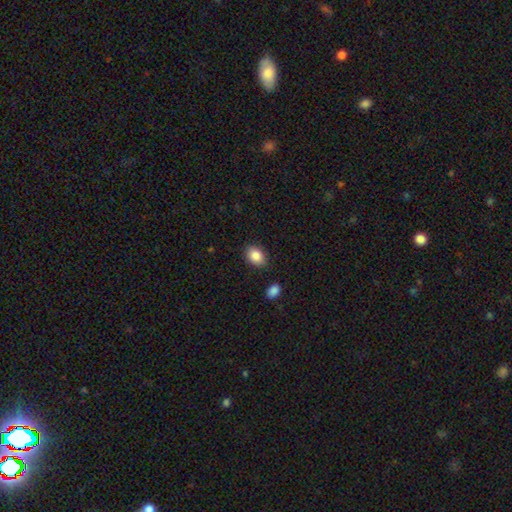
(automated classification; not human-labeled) Smooth or featured? smooth (87%)
How rounded? in between (77%)
Merging? none (85%)